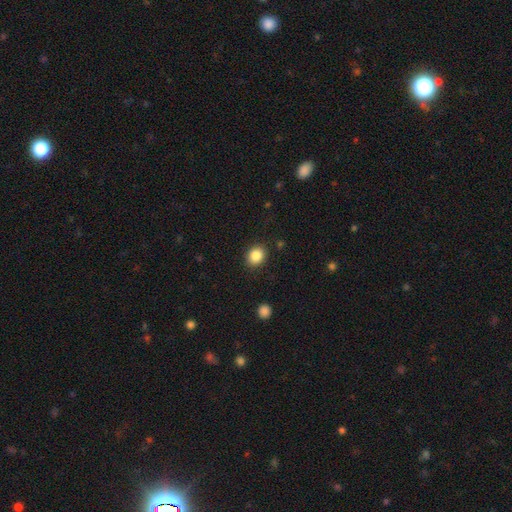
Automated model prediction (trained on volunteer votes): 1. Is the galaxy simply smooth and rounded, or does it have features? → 86% smooth, 9% star or artifact, 4% featured or disk.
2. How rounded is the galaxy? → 60% round, 40% in between, 1% cigar-shaped.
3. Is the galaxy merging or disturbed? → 88% none, 8% minor disturbance, 3% major disturbance, 1% merger.